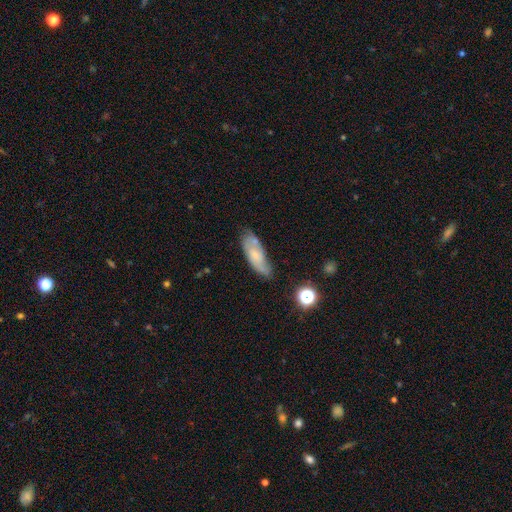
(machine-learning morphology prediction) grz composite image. It shows a smooth galaxy with no disk features (49%). Merging: none (65%).